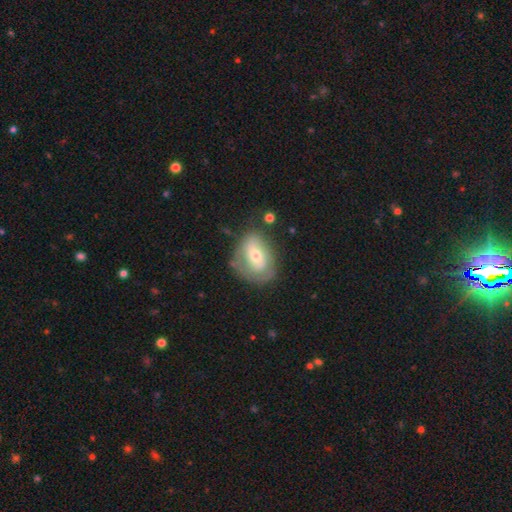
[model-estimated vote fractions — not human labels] The model was most divided on "bulge size": moderate: 55%, small: 39%, large: 4%, none: 1%, dominant: 1%. More confident: edge-on disk — no (95%); spiral arms — yes (66%); smooth or featured — featured or disk (58%); merging — none (57%); bar — no (55%).